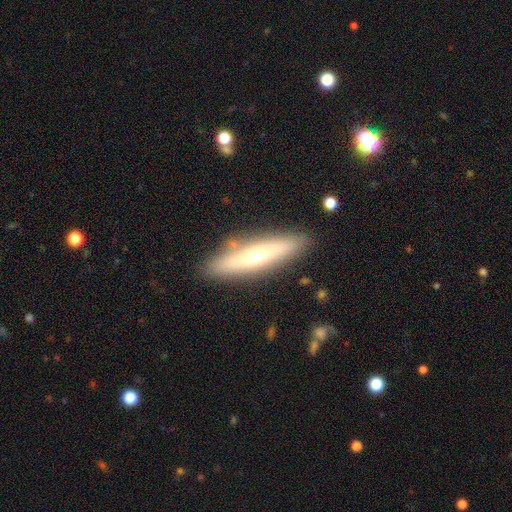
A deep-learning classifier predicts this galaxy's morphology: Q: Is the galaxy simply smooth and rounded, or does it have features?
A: featured or disk — 49%.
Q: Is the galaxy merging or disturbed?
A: none — 86%.